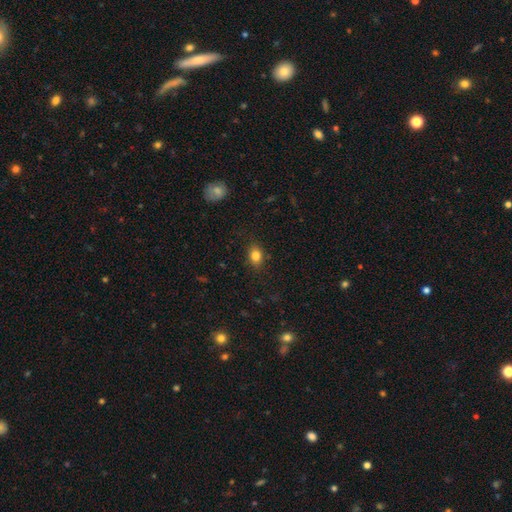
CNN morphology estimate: The model was most divided on "how rounded": in between: 65%, round: 33%, cigar-shaped: 2%. More confident: merging — none (84%); smooth or featured — smooth (83%).